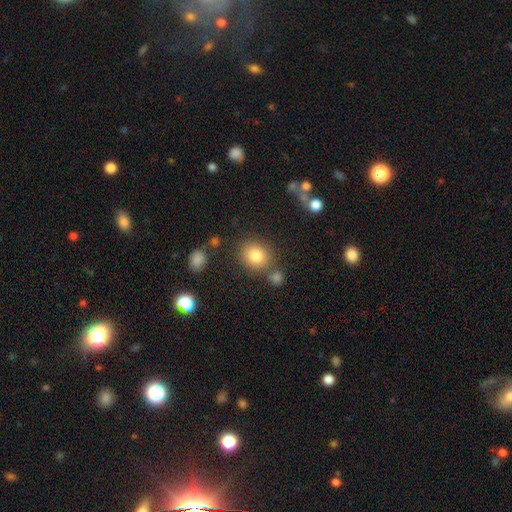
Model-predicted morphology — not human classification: A smooth galaxy with no disk features (82%) that is round (77%). Merging: none (74%).